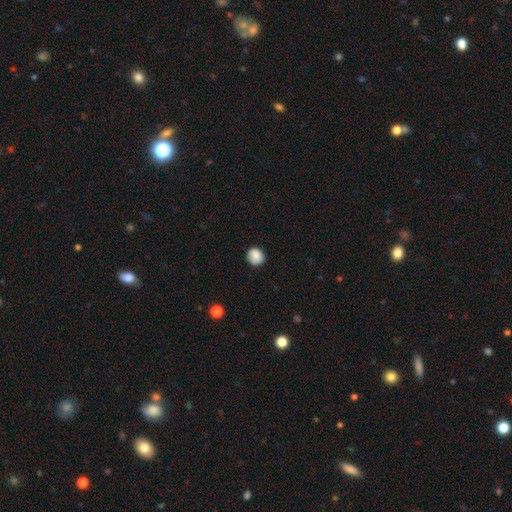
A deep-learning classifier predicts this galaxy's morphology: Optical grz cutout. It shows a smooth galaxy with no disk features (87%) that is round (83%). Merging: none (85%).